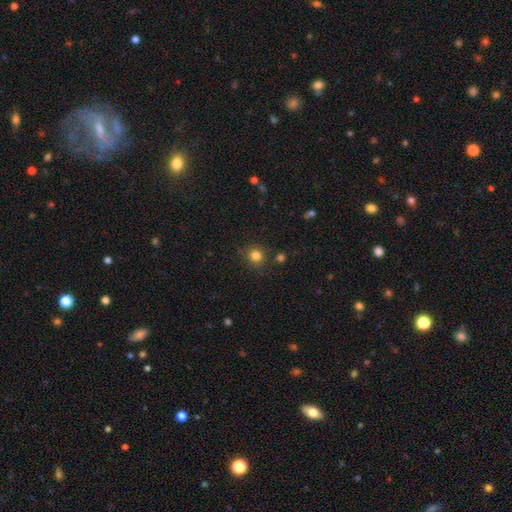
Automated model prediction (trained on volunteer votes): Q: Smooth or featured?
A: smooth (82%); runner-up: star or artifact (14%)
Q: How rounded?
A: round (92%); runner-up: in between (7%)
Q: Merging?
A: none (86%); runner-up: minor disturbance (8%)